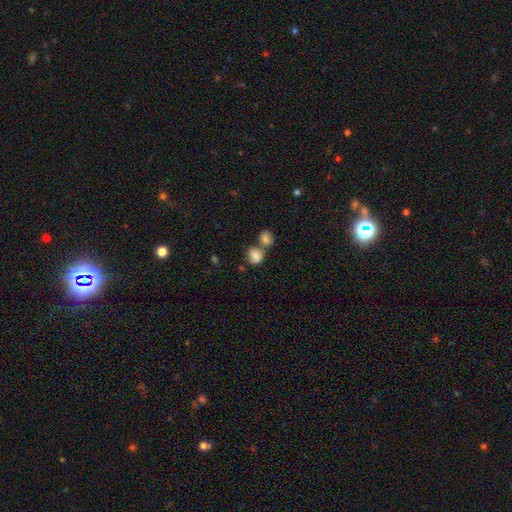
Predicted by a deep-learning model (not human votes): Smooth or featured?
  - smooth: 81% *
  - featured or disk: 10%
  - star or artifact: 9%
How rounded?
  - round: 59% *
  - in between: 40%
  - cigar-shaped: 1%
Merging?
  - merger: 51% *
  - none: 33%
  - minor disturbance: 11%
  - major disturbance: 5%